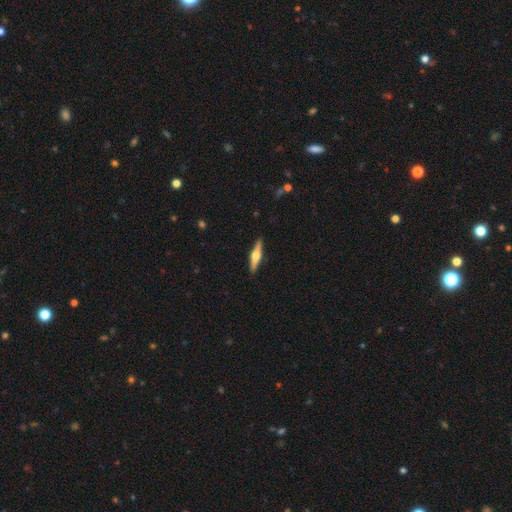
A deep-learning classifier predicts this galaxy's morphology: A featured or disk galaxy (65%) viewed edge-on (97%) with a rounded central bulge (94%).

Vote fractions:
- Smooth or featured? featured or disk: 65% / smooth: 30% / star or artifact: 5%
- Edge-on disk? yes: 97% / no: 3%
- Edge-on bulge? rounded: 94% / boxy: 4% / none: 2%
- Merging? none: 91% / minor disturbance: 7% / major disturbance: 1% / merger: 1%